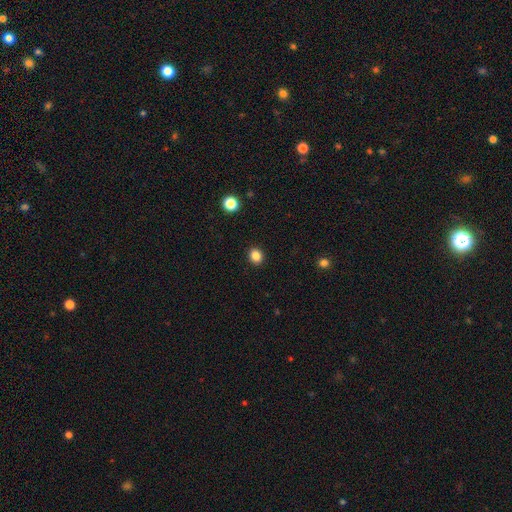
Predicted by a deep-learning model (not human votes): This is clearly a smooth galaxy (85%). How rounded: likely round (63%). Merging: clearly none (91%).